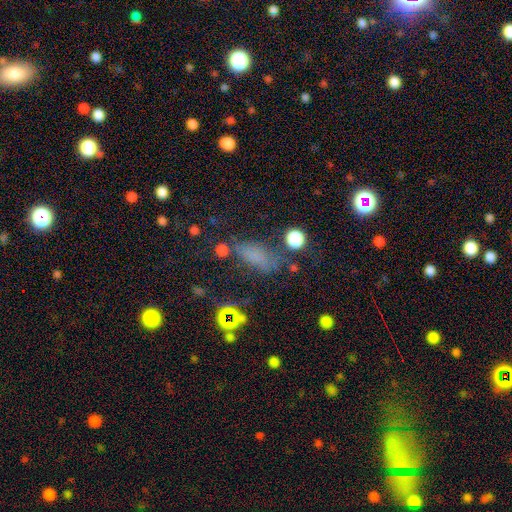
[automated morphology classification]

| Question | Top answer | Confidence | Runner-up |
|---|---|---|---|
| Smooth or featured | smooth | 62% | star or artifact (27%) |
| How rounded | in between | 75% | cigar-shaped (16%) |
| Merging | none | 57% | minor disturbance (23%) |